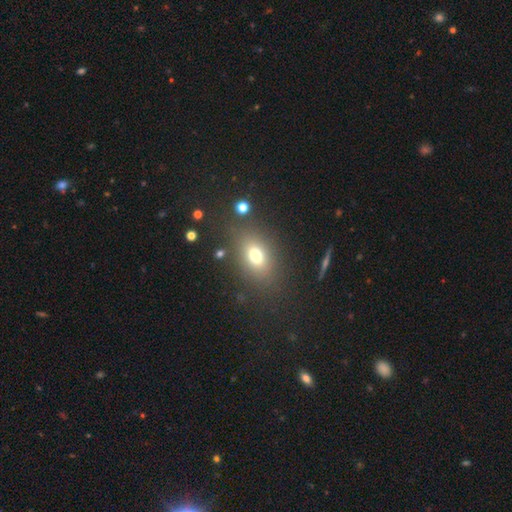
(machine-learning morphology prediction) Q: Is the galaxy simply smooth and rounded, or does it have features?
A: smooth — 72%.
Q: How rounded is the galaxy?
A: in between — 72%.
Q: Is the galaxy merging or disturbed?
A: none — 79%.